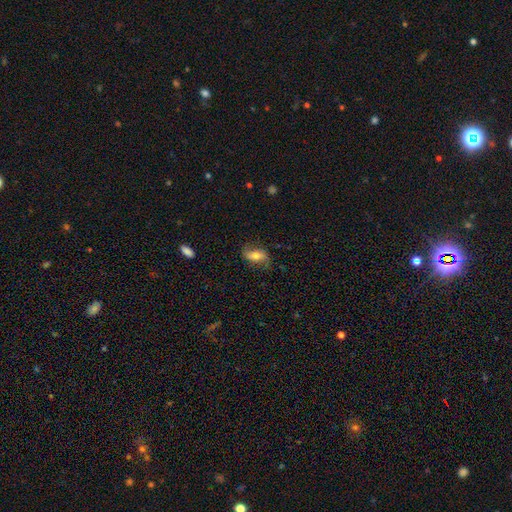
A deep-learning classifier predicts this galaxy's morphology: Q: Smooth or featured?
A: featured or disk (52%); runner-up: smooth (40%)
Q: Edge-on disk?
A: no (90%); runner-up: yes (10%)
Q: Merging?
A: none (71%); runner-up: minor disturbance (19%)